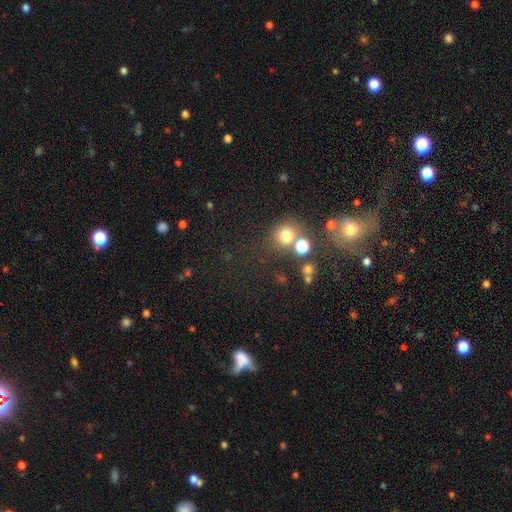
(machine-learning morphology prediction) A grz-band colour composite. It shows a star or artifact, not a galaxy (46%).